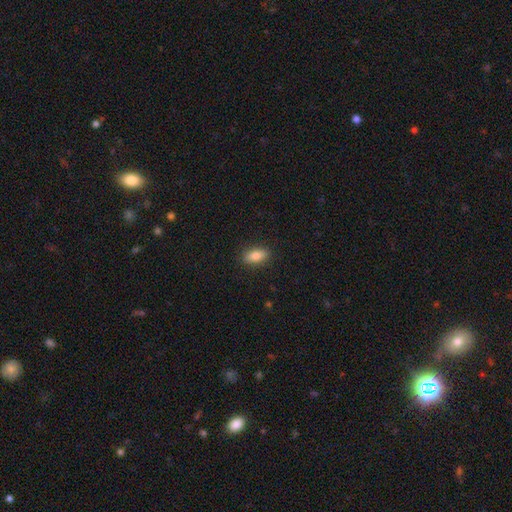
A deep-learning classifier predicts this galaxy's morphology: The model was most divided on "smooth or featured": smooth: 83%, featured or disk: 9%, star or artifact: 8%. More confident: merging — none (89%); how rounded — in between (86%).